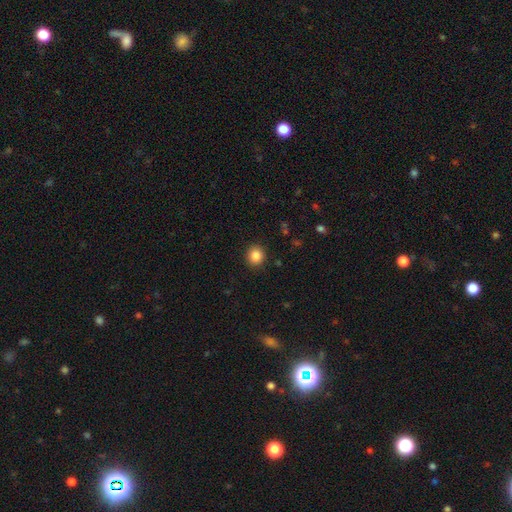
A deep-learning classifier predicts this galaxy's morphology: The model was most divided on "smooth or featured": smooth: 86%, star or artifact: 11%, featured or disk: 4%. More confident: merging — none (91%); how rounded — round (88%).